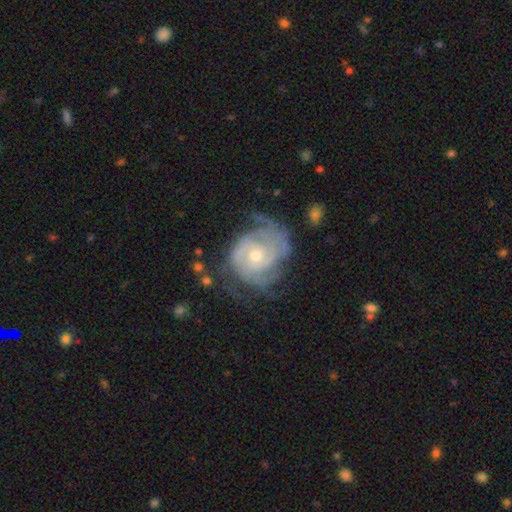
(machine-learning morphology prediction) Overall: featured or disk (87%). Edge-on disk: no (98%). Bar: no (75%). Spiral arms: yes (95%). Spiral arm count: can't tell (30%; 2 28%). Spiral winding: tight (65%; medium 27%). Bulge size: moderate (54%; small 42%). Merging: none (57%; minor disturbance 24%).